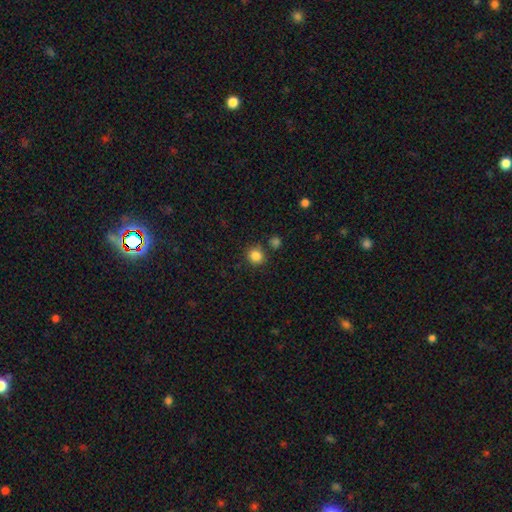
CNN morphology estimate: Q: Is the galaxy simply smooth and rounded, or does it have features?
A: smooth — 85%.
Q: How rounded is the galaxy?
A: round — 89%.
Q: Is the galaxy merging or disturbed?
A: none — 82%.